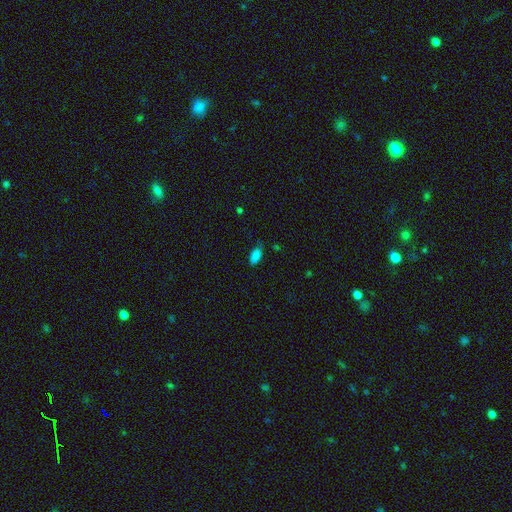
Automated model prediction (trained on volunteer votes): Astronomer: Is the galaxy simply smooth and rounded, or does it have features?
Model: smooth — 85%.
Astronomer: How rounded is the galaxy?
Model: in between — 91%.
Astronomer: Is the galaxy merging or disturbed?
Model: none — 73%.